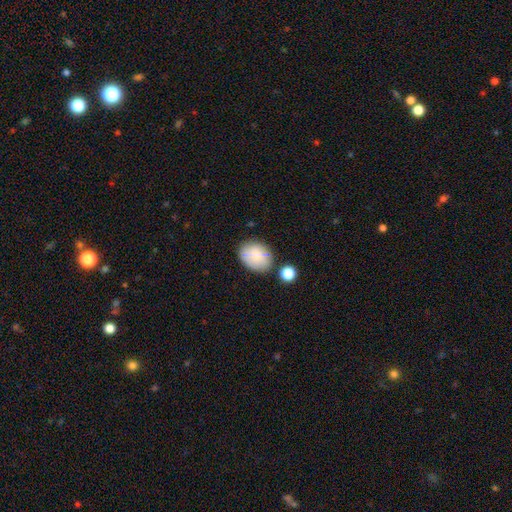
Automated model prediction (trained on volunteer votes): This is clearly a smooth galaxy (82%). How rounded: likely in between (63%). Merging: likely none (72%).